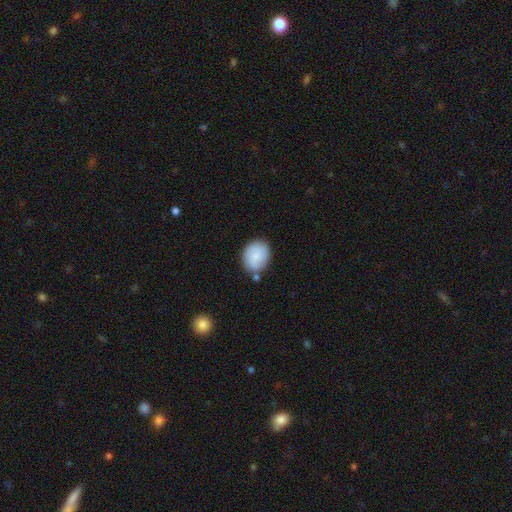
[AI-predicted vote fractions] Smooth or featured? smooth (82%)
How rounded? round (50%)
Merging? none (69%)